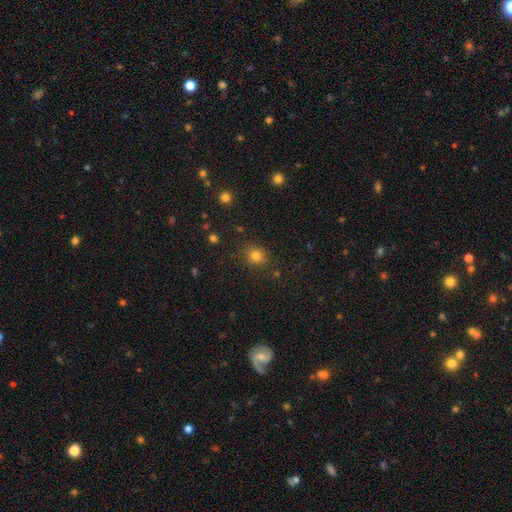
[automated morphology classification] This is clearly a smooth galaxy (81%). How rounded: likely round (77%). Merging: clearly none (85%).